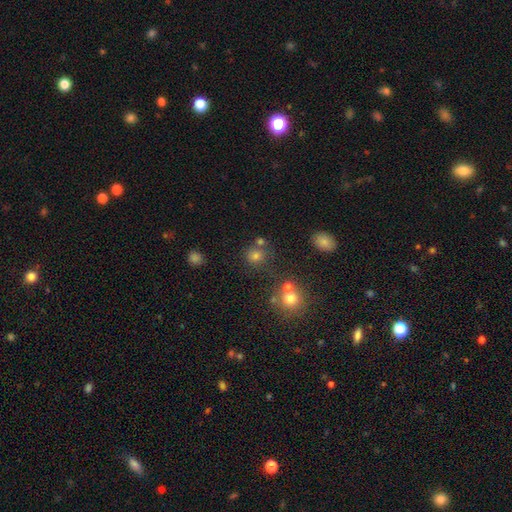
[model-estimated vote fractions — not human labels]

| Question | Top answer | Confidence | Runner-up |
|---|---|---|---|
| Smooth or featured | smooth | 66% | star or artifact (25%) |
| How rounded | round | 85% | in between (14%) |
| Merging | none | 69% | merger (16%) |